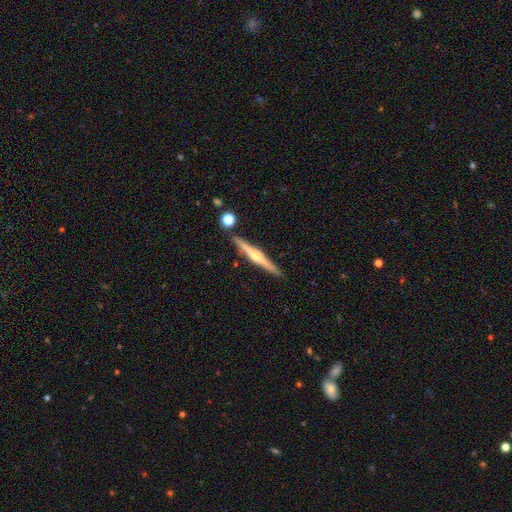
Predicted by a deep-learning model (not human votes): The model was most divided on "smooth or featured": featured or disk: 71%, smooth: 23%, star or artifact: 6%. More confident: edge-on disk — yes (98%); merging — none (87%); edge-on bulge — rounded (84%).